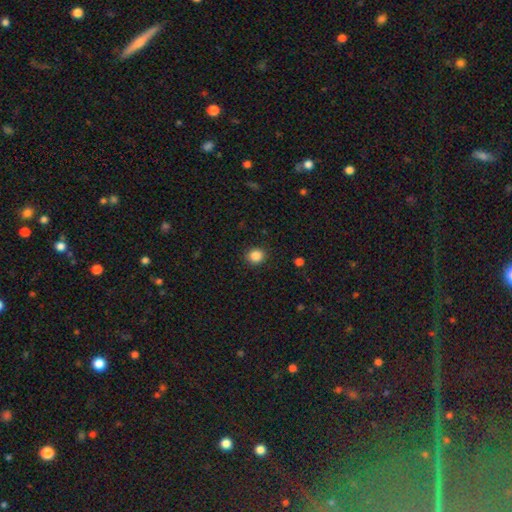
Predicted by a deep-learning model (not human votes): Smooth or featured? smooth (86%)
How rounded? round (85%)
Merging? none (91%)